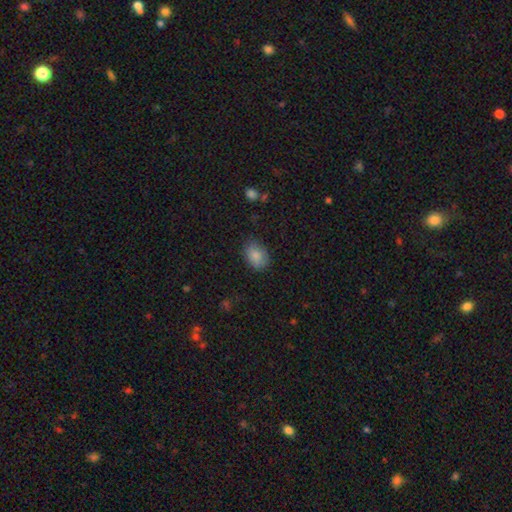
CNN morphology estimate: Overall: smooth (86%). How rounded: in between (78%). Merging: none (76%).